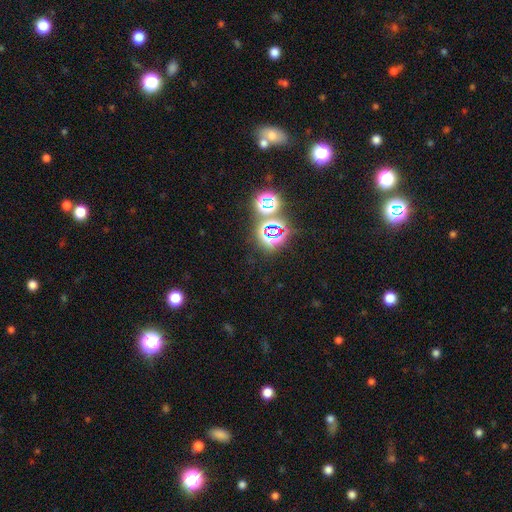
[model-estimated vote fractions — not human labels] Q: Smooth or featured?
A: star or artifact (74%); runner-up: smooth (18%)